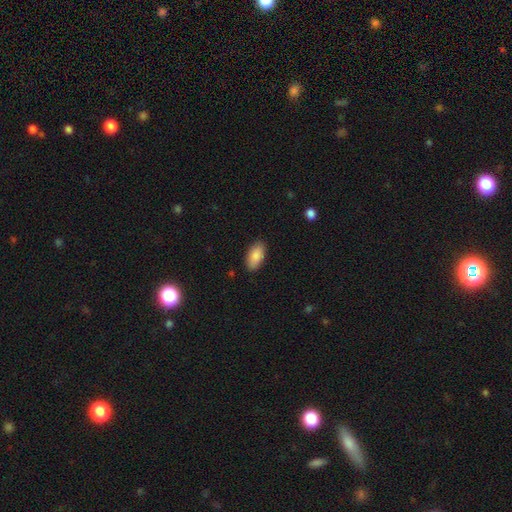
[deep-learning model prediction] Q: Smooth or featured?
A: smooth (88%); runner-up: star or artifact (6%)
Q: How rounded?
A: in between (94%); runner-up: cigar-shaped (4%)
Q: Merging?
A: none (87%); runner-up: minor disturbance (10%)